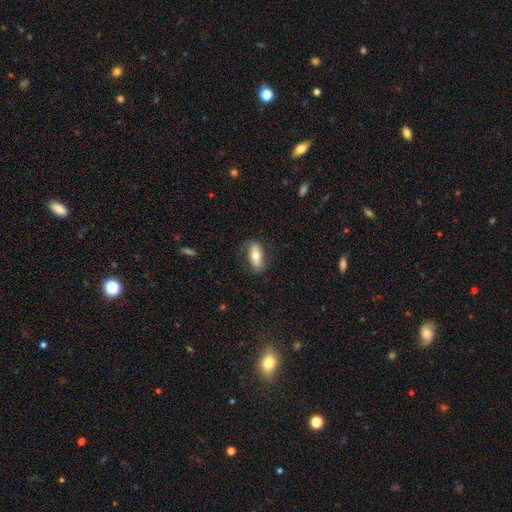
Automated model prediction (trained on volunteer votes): Morphology: type=smooth (63%); roundness=in between (82%); merging=none (75%).